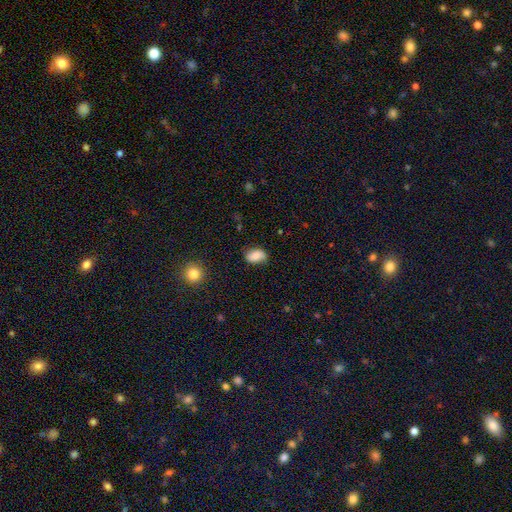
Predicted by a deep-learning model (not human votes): This is likely a smooth galaxy (75%). How rounded: clearly in between (85%). Merging: likely none (71%).